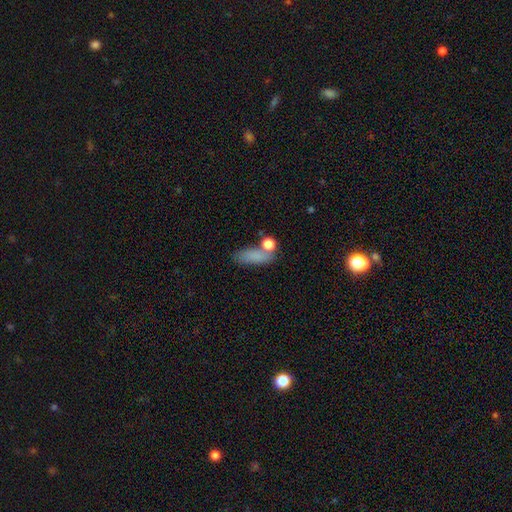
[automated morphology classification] A smooth galaxy with no disk features (79%) that is in between round and cigar-shaped (61%). Merging: none (51%).